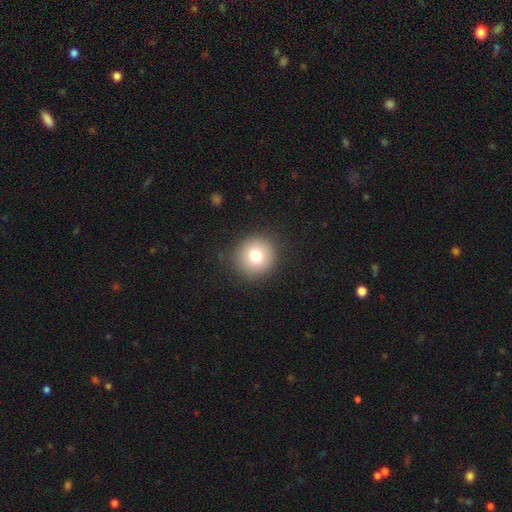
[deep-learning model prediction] Q: Smooth or featured?
A: smooth (77%); runner-up: featured or disk (12%)
Q: How rounded?
A: round (93%); runner-up: in between (6%)
Q: Merging?
A: none (89%); runner-up: minor disturbance (7%)